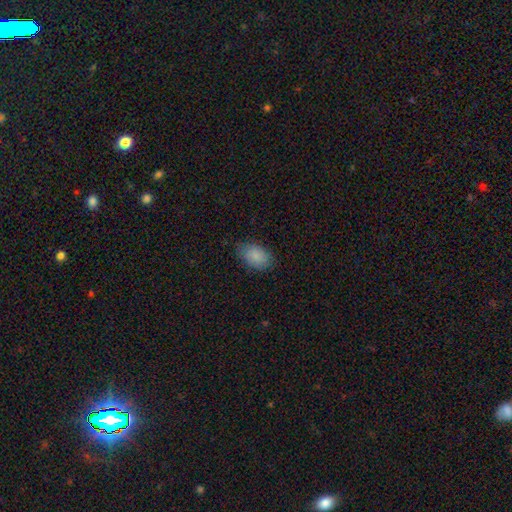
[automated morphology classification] Overall: smooth (87%). How rounded: in between (87%). Merging: none (80%).